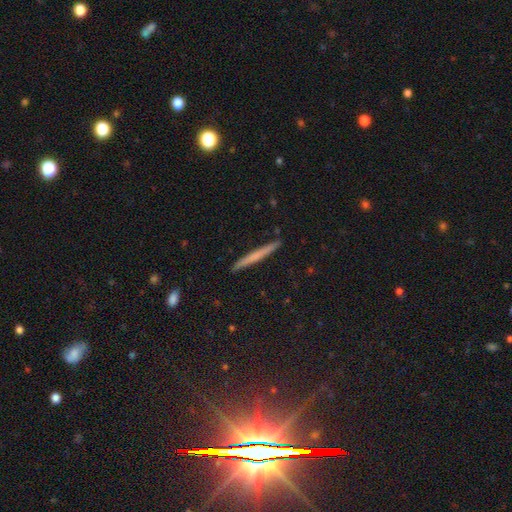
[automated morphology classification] This is possibly a smooth galaxy (52%). How rounded: clearly cigar-shaped (96%). Merging: clearly none (92%).